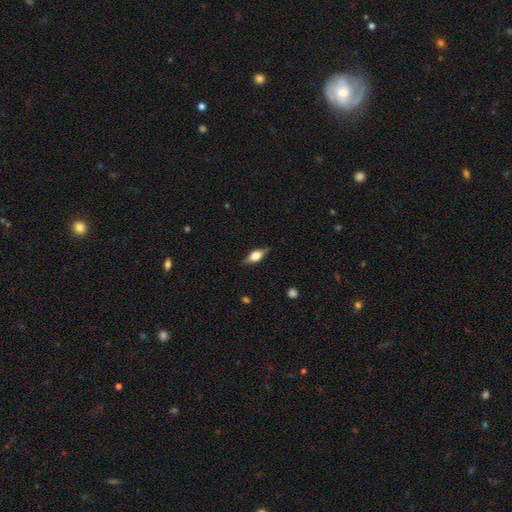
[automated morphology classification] smooth_or_featured: featured or disk (p=0.52) [alt: smooth p=0.40]
disk_edge_on: yes (p=0.93) [alt: no p=0.07]
merging: none (p=0.83) [alt: minor disturbance p=0.12]